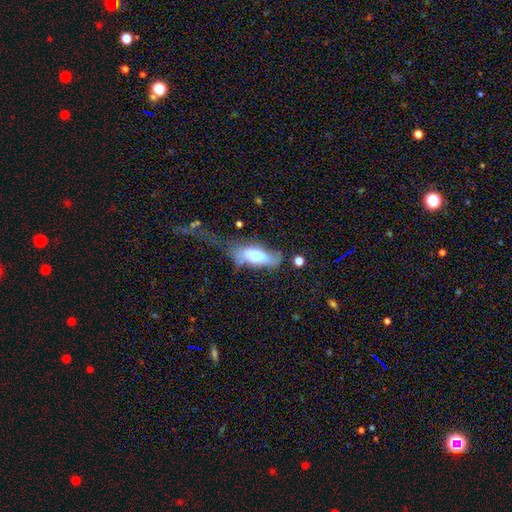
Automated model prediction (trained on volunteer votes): A smooth galaxy with no disk features (56%) that is in between round and cigar-shaped (73%).

Vote fractions:
- Smooth or featured? smooth: 56% / featured or disk: 37% / star or artifact: 7%
- How rounded? in between: 73% / cigar-shaped: 24% / round: 3%
- Merging? none: 33% / major disturbance: 32% / minor disturbance: 28% / merger: 7%